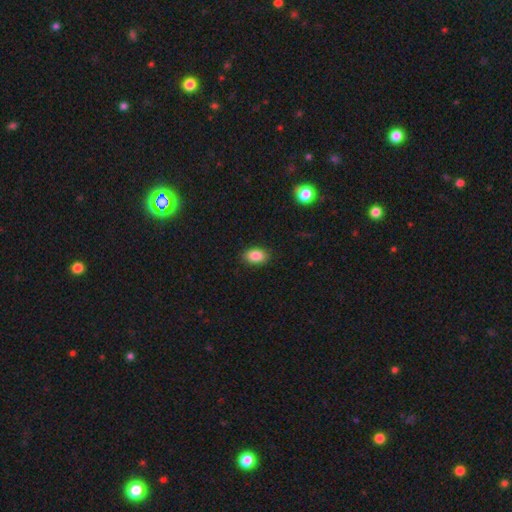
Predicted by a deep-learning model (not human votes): The model was most divided on "how rounded": in between: 86%, round: 12%, cigar-shaped: 1%. More confident: merging — none (89%); smooth or featured — smooth (86%).